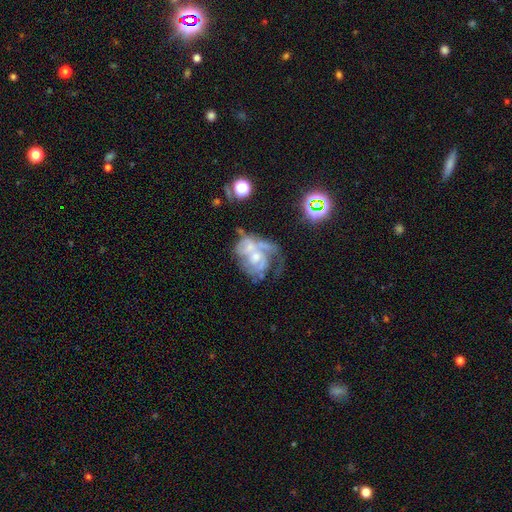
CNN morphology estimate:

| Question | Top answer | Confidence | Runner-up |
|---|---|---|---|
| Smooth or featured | featured or disk | 74% | smooth (16%) |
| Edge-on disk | no | 97% | yes (3%) |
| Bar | no | 72% | weak (23%) |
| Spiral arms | yes | 73% | no (27%) |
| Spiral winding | tight | 39% | tied: medium (39%) |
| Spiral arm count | can't tell | 35% | 2 (28%) |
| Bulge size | moderate | 44% | small (42%) |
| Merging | major disturbance | 30% | tied: merger (30%) |